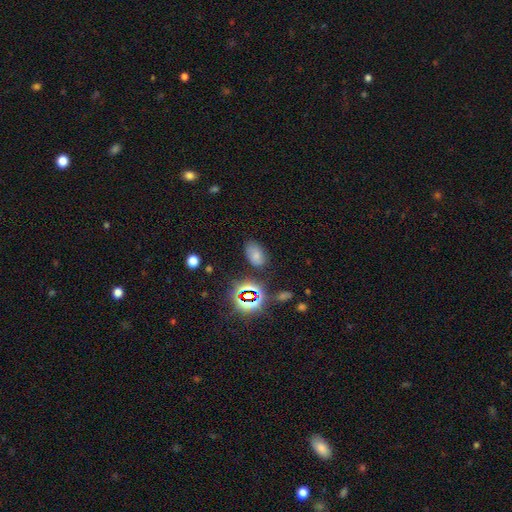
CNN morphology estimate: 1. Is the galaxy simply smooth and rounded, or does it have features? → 65% smooth, 24% star or artifact, 11% featured or disk.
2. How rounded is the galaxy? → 89% in between, 10% round, 1% cigar-shaped.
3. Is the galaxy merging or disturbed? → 74% none, 17% minor disturbance, 6% major disturbance, 4% merger.